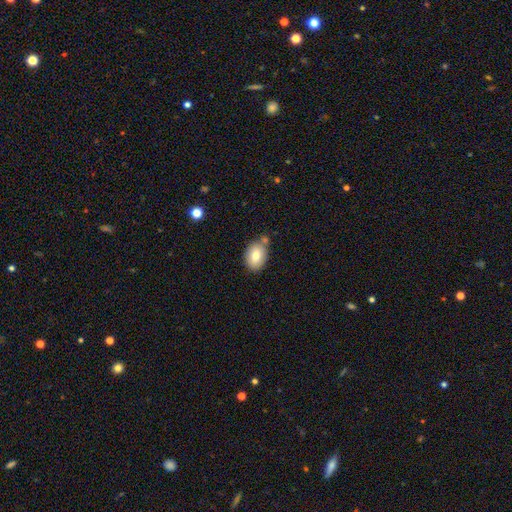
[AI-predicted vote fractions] Smooth or featured? Predicted: smooth (p=0.80). How rounded? Predicted: in between (p=0.77). Merging? Predicted: none (p=0.69).